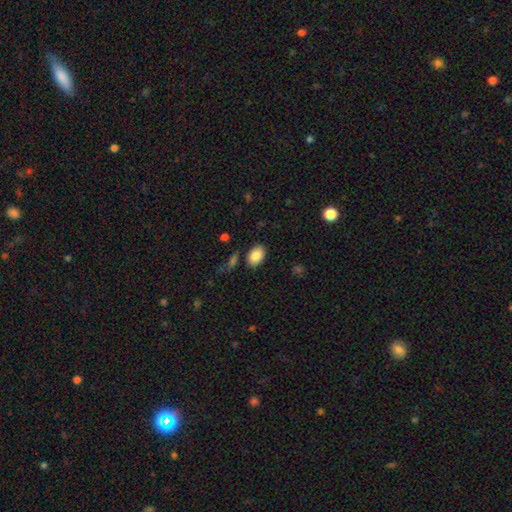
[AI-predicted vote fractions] A smooth galaxy with no disk features (87%) that is in between round and cigar-shaped (88%). Merging: none (83%).